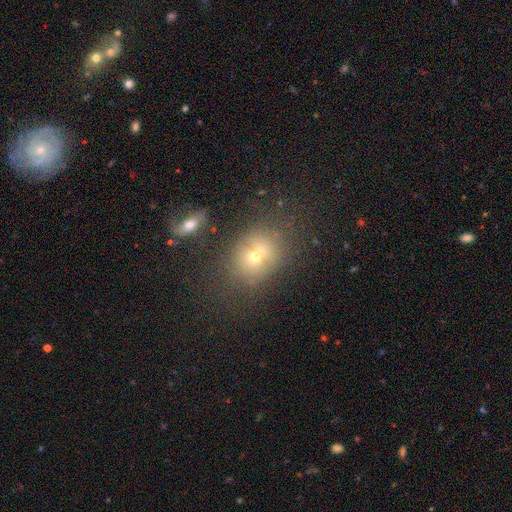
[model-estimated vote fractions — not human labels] Smooth or featured: smooth — 60% (featured or disk — 20%)
How rounded: in between — 53% (round — 45%)
Merging: none — 64% (minor disturbance — 16%)